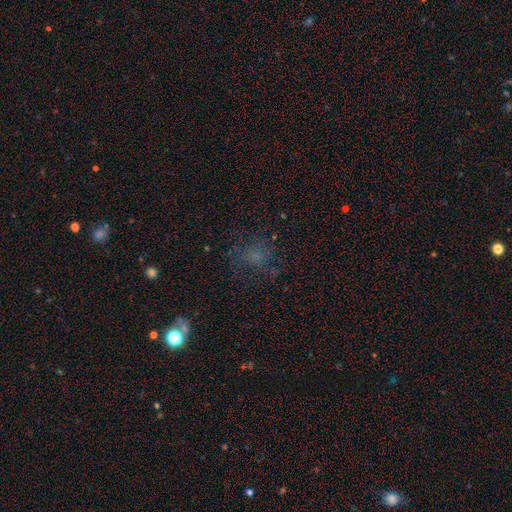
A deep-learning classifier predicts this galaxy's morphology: smooth_or_featured: smooth (p=0.50) [alt: star or artifact p=0.28]
how_rounded: round (p=0.65) [alt: in between p=0.33]
merging: none (p=0.61) [alt: minor disturbance p=0.19]